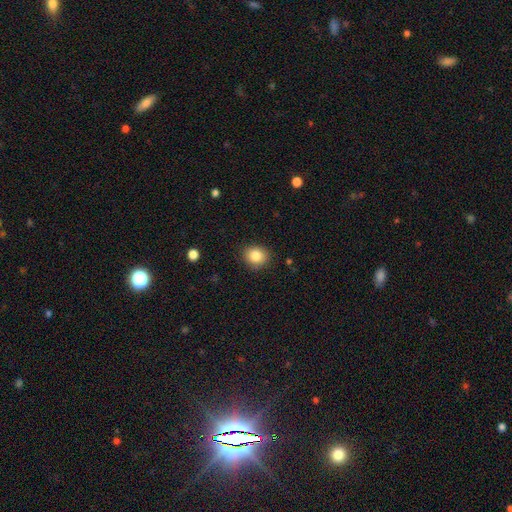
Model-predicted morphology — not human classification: Smooth or featured?
  - smooth: 84% *
  - star or artifact: 10%
  - featured or disk: 6%
How rounded?
  - round: 72% *
  - in between: 27%
  - cigar-shaped: 1%
Merging?
  - none: 88% *
  - minor disturbance: 9%
  - major disturbance: 2%
  - merger: 1%